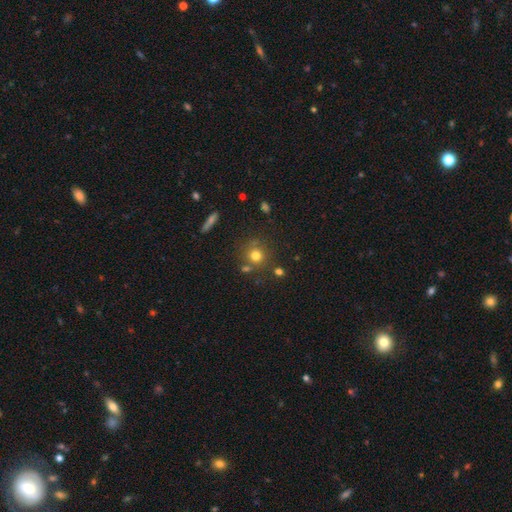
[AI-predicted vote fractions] A smooth galaxy with no disk features (74%) that is round (90%). Merging: none (72%).